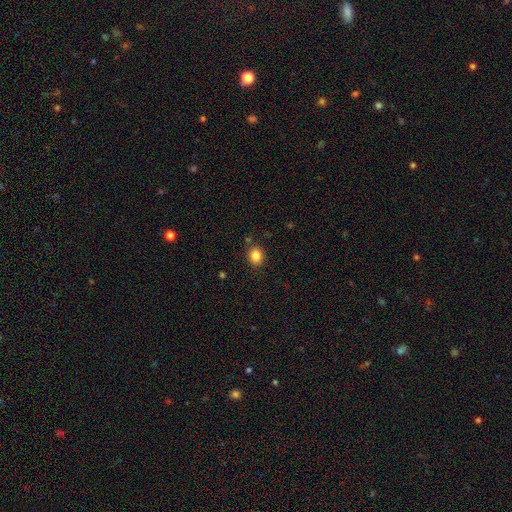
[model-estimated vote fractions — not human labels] This is clearly a smooth galaxy (84%). How rounded: likely round (64%). Merging: clearly none (85%).